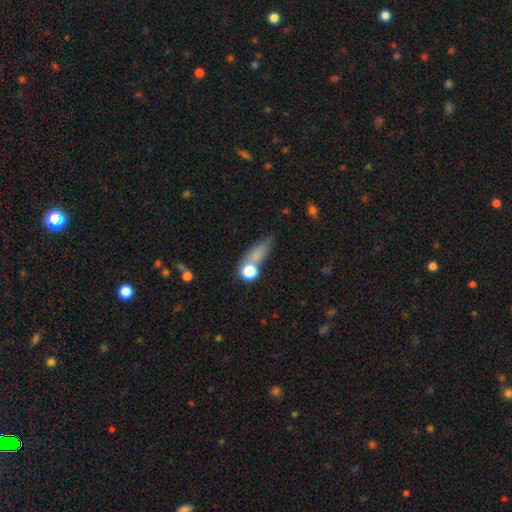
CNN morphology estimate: A smooth galaxy with no disk features (70%) that is cigar-shaped (41%).

Vote fractions:
- Smooth or featured? smooth: 70% / featured or disk: 15% / star or artifact: 15%
- How rounded? cigar-shaped: 41% / in between: 39% / round: 20%
- Merging? none: 55% / minor disturbance: 19% / merger: 17% / major disturbance: 10%